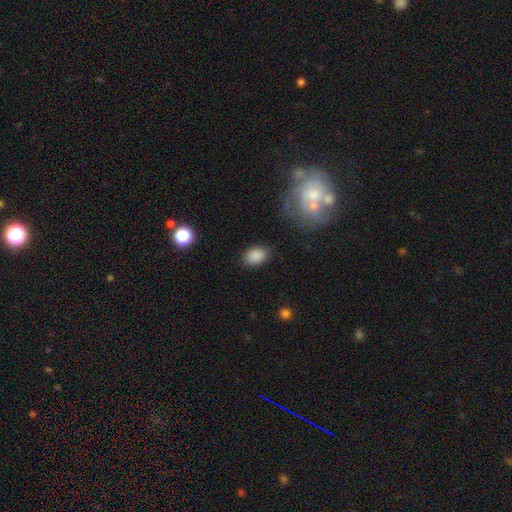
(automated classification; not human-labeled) The model was most divided on "how rounded": in between: 82%, round: 17%, cigar-shaped: 1%. More confident: smooth or featured — smooth (87%); merging — none (84%).